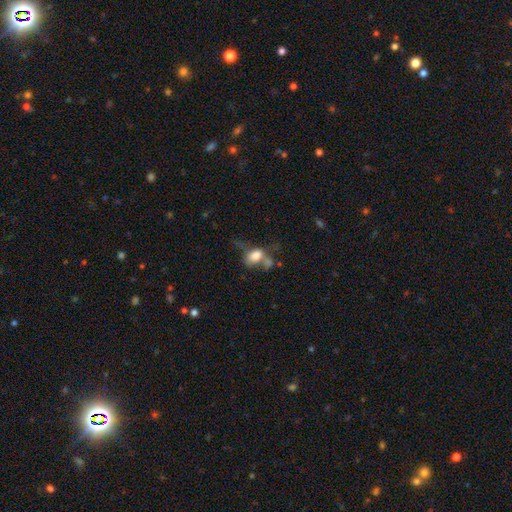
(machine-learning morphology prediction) Smooth or featured? Predicted: smooth (p=0.68). How rounded? Predicted: in between (p=0.77). Merging? Predicted: merger (p=0.31).